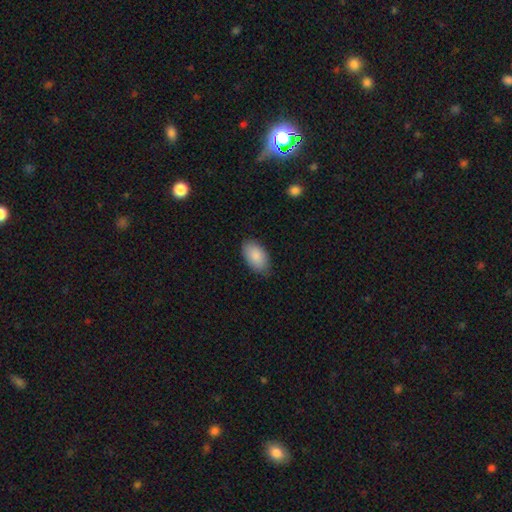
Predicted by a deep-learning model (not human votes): smooth_or_featured: smooth (p=0.88) [alt: star or artifact p=0.06]
how_rounded: in between (p=0.95) [alt: round p=0.04]
merging: none (p=0.81) [alt: minor disturbance p=0.15]